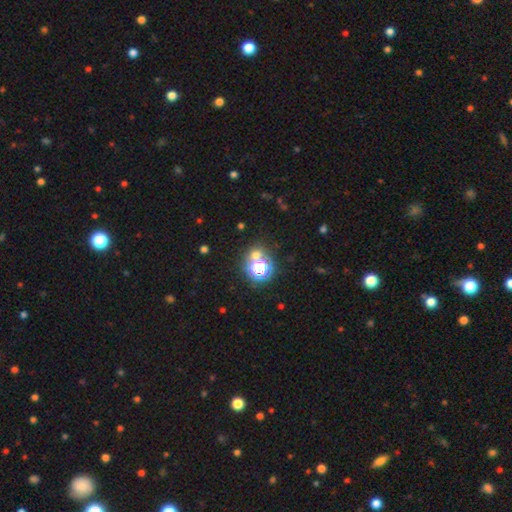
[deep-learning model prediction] smooth-or-featured: star or artifact: 51% | smooth: 40% | featured or disk: 9%